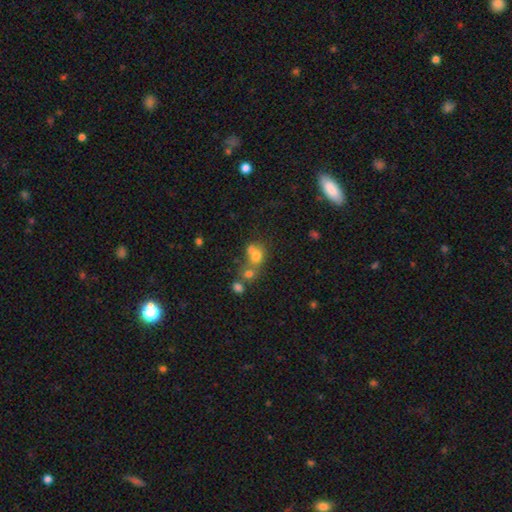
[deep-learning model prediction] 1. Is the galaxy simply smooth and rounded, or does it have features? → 64% smooth, 20% featured or disk, 16% star or artifact.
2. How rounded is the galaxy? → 67% round, 32% in between, 1% cigar-shaped.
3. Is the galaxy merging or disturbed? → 57% merger, 29% none, 8% minor disturbance, 6% major disturbance.